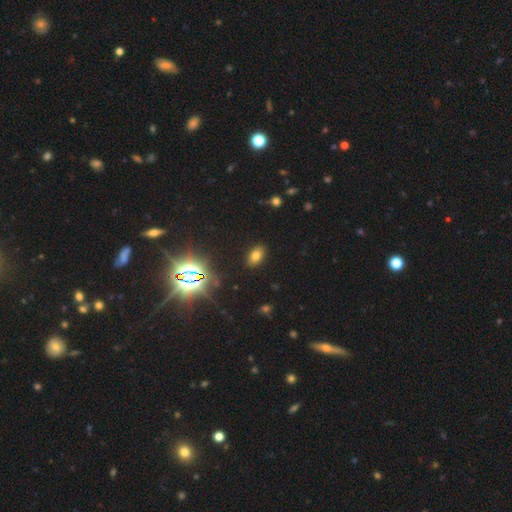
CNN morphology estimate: A smooth galaxy with no disk features (68%) that is in between round and cigar-shaped (89%).

Vote fractions:
- Smooth or featured? smooth: 68% / star or artifact: 23% / featured or disk: 9%
- How rounded? in between: 89% / round: 9% / cigar-shaped: 2%
- Merging? none: 88% / minor disturbance: 8% / major disturbance: 2% / merger: 1%